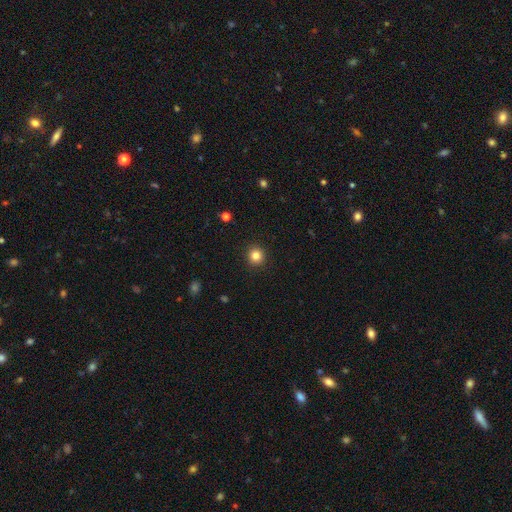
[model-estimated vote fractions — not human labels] smooth 83%, star or artifact 12%, featured or disk 5%. Down the decision tree: how rounded — round (93%); merging — none (93%).